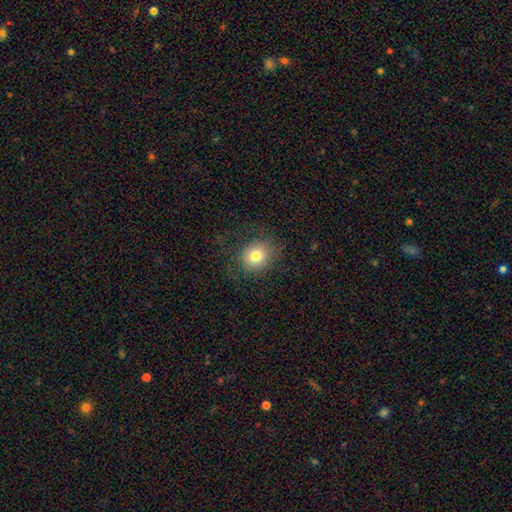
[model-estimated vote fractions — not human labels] smooth_or_featured: smooth (p=0.77) [alt: star or artifact p=0.12]
how_rounded: round (p=0.76) [alt: in between p=0.23]
merging: none (p=0.77) [alt: minor disturbance p=0.13]